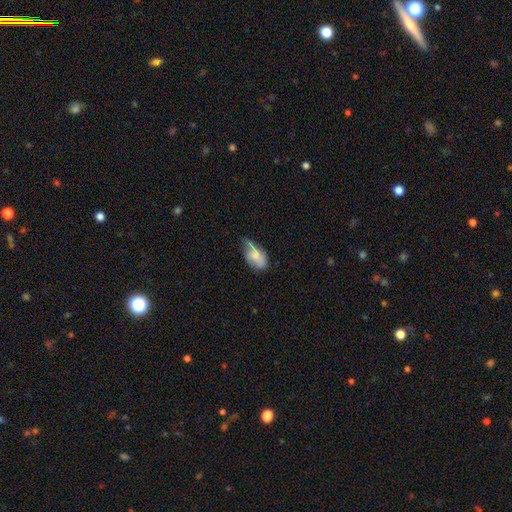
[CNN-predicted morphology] Smooth or featured: smooth — 65% (featured or disk — 28%)
How rounded: in between — 91% (cigar-shaped — 4%)
Merging: minor disturbance — 43% (none — 34%)